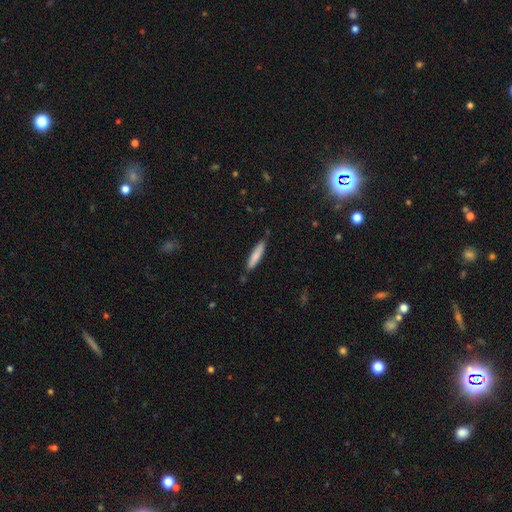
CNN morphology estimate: Smooth or featured?
  - smooth: 81% *
  - featured or disk: 14%
  - star or artifact: 6%
How rounded?
  - cigar-shaped: 85% *
  - in between: 14%
  - round: 1%
Merging?
  - none: 84% *
  - minor disturbance: 12%
  - merger: 2%
  - major disturbance: 2%